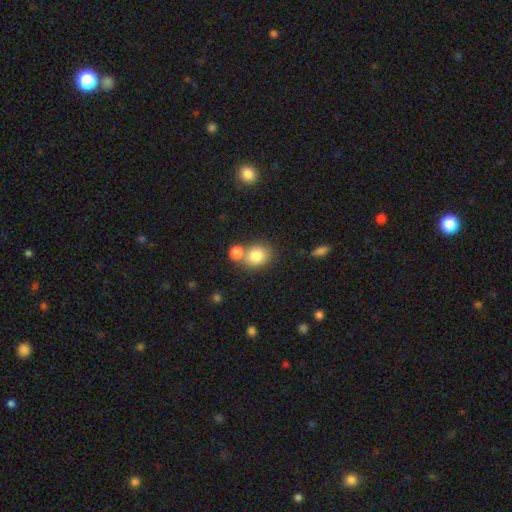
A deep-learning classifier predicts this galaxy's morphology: Smooth or featured? smooth (82%)
How rounded? round (66%)
Merging? none (54%)